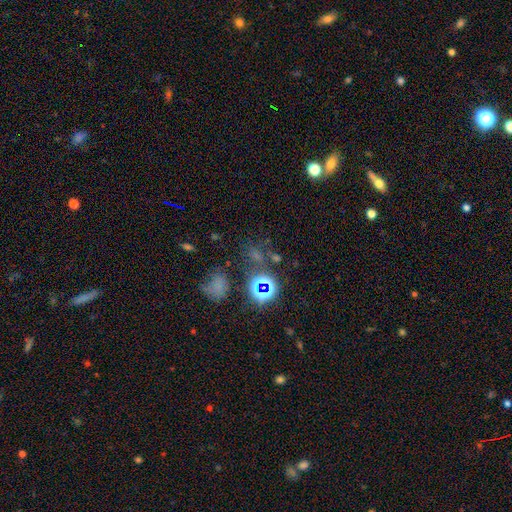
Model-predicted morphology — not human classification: This appears to be a star or artifact, not a galaxy (71%).